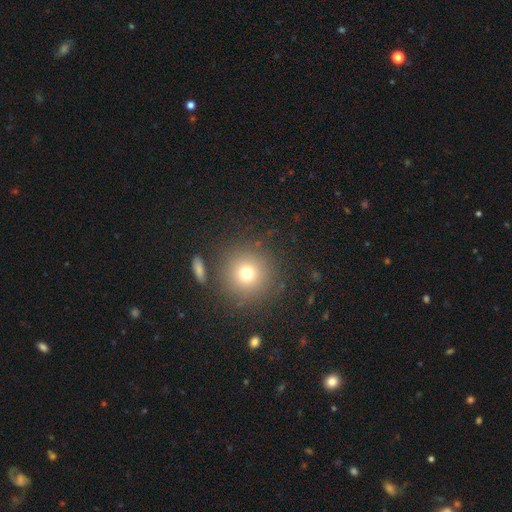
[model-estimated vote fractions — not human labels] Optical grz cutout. It shows a smooth galaxy with no disk features (58%) that is round (95%). Merging: none (86%).